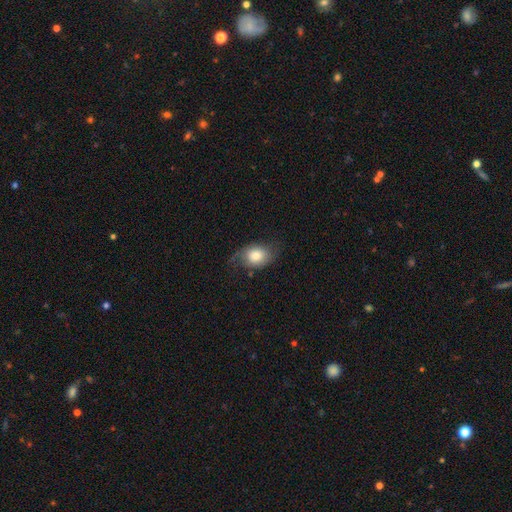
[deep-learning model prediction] Overall: smooth (66%; featured or disk 26%). How rounded: in between (71%). Merging: none (54%; minor disturbance 29%).